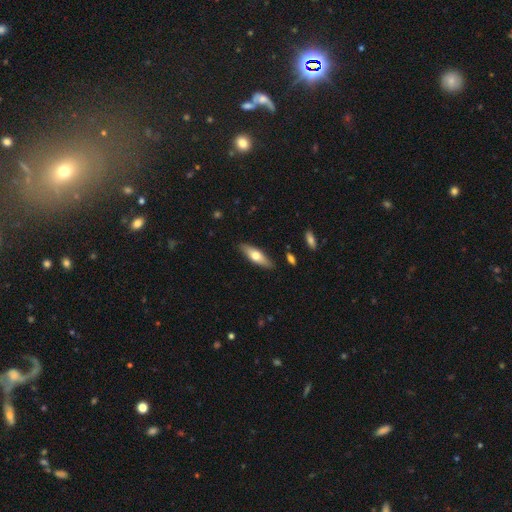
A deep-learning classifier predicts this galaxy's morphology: smooth-or-featured: smooth: 59% | featured or disk: 35% | star or artifact: 6%
  how-rounded: cigar-shaped: 49% (tied) | in between: 49% (tied) | round: 2%
  merging: none: 87% | minor disturbance: 9% | major disturbance: 2% | merger: 2%